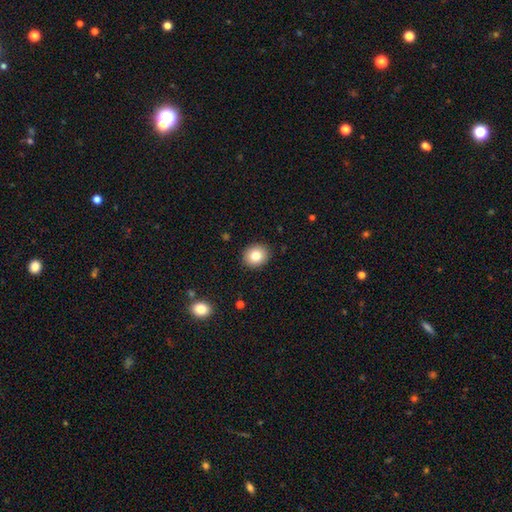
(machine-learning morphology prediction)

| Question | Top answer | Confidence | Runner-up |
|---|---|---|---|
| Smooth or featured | smooth | 82% | star or artifact (10%) |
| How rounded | round | 71% | in between (28%) |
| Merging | none | 91% | minor disturbance (7%) |